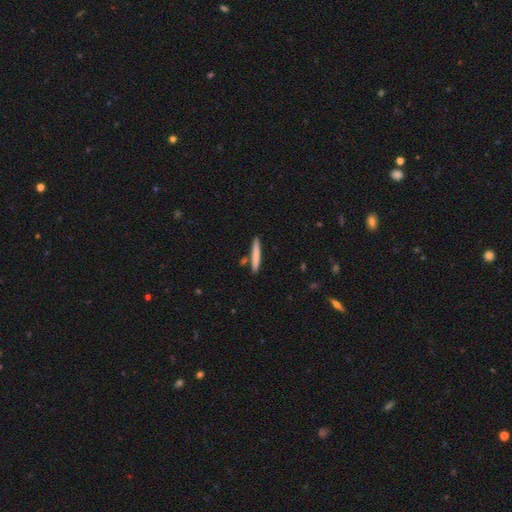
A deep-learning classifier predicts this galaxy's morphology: This is likely a smooth galaxy (75%). How rounded: clearly cigar-shaped (95%). Merging: clearly none (84%).